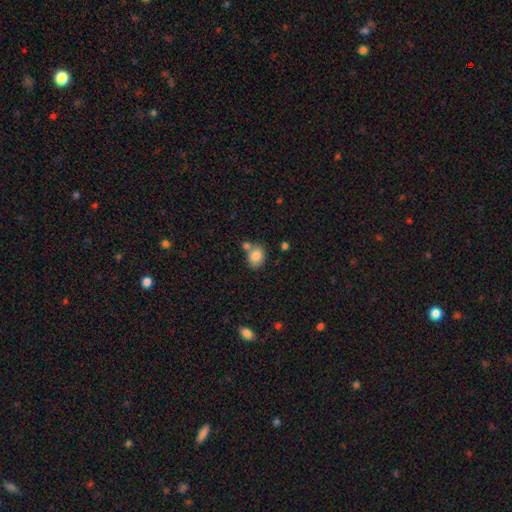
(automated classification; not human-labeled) The model was most divided on "how rounded": in between: 57%, round: 42%, cigar-shaped: 1%. More confident: smooth or featured — smooth (83%); merging — none (55%).